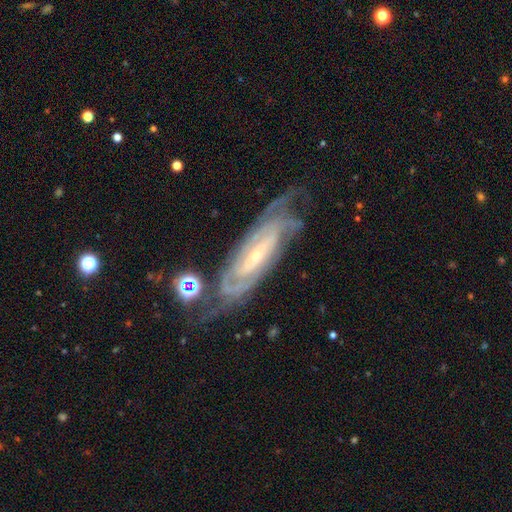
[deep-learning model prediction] featured or disk 87%, smooth 7%, star or artifact 6%. Down the decision tree: edge-on disk — no (88%); bar — no (43%); spiral arms — yes (96%); spiral arm count — can't tell (34%); spiral winding — tight (71%); bulge size — small (78%); merging — none (68%).